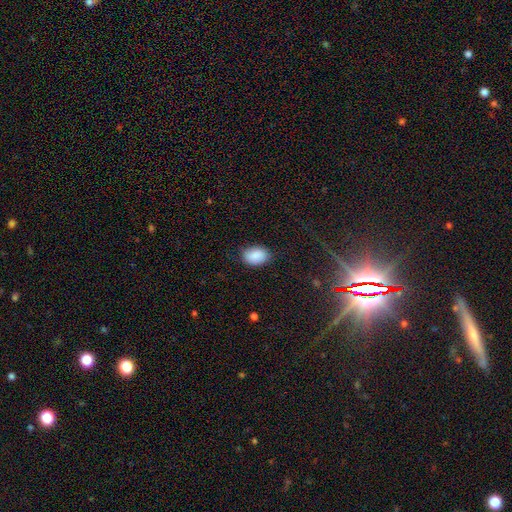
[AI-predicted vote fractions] Smooth or featured? Predicted: smooth (p=0.88). How rounded? Predicted: in between (p=0.85). Merging? Predicted: none (p=0.82).